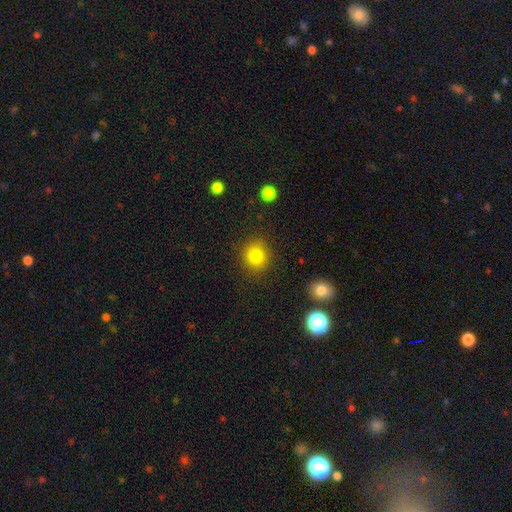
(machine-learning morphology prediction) Smooth or featured: smooth — 83% (star or artifact — 11%)
How rounded: round — 86% (in between — 13%)
Merging: none — 88% (minor disturbance — 7%)